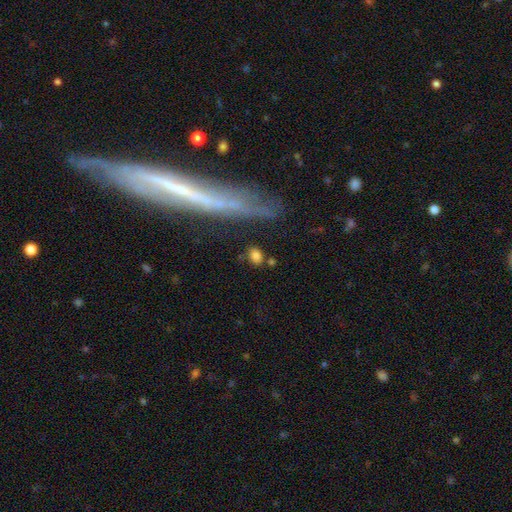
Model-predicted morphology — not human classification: Smooth or featured? smooth (78%)
How rounded? in between (69%)
Merging? none (73%)